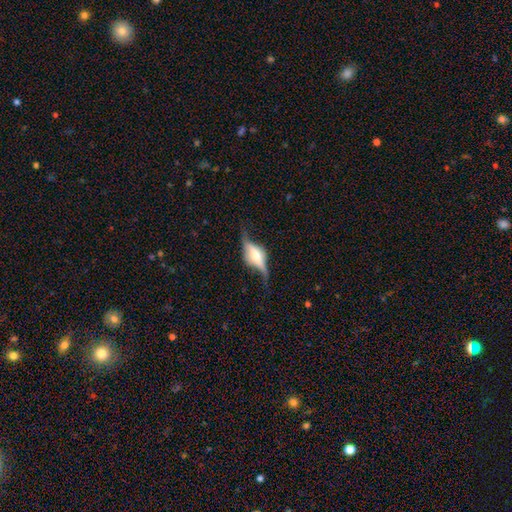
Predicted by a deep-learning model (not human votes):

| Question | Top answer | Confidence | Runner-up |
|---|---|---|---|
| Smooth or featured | featured or disk | 81% | smooth (13%) |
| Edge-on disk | yes | 81% | no (19%) |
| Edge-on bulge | rounded | 87% | boxy (11%) |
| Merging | none | 64% | minor disturbance (20%) |